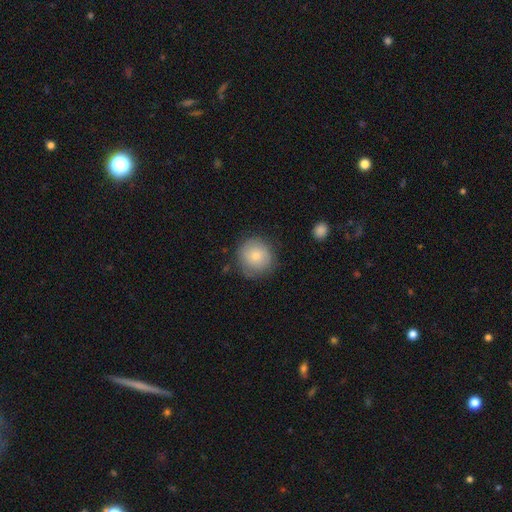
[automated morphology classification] Smooth or featured?
  - smooth: 74% *
  - featured or disk: 18%
  - star or artifact: 8%
How rounded?
  - round: 93% *
  - in between: 6%
  - cigar-shaped: 1%
Merging?
  - none: 77% *
  - minor disturbance: 16%
  - major disturbance: 5%
  - merger: 2%